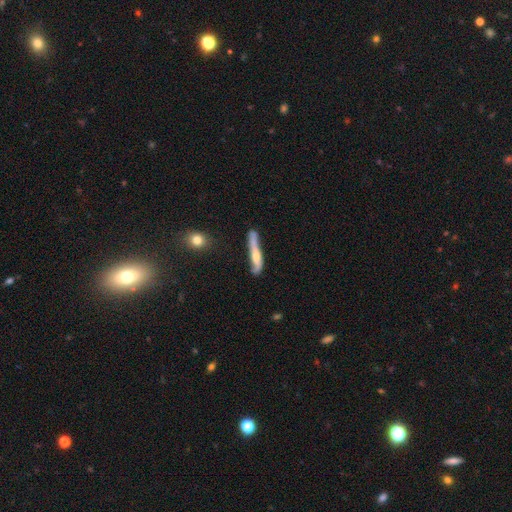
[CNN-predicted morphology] This is possibly a featured or disk galaxy (56%). It is likely viewed edge-on (72%). Merging: possibly none (58%).